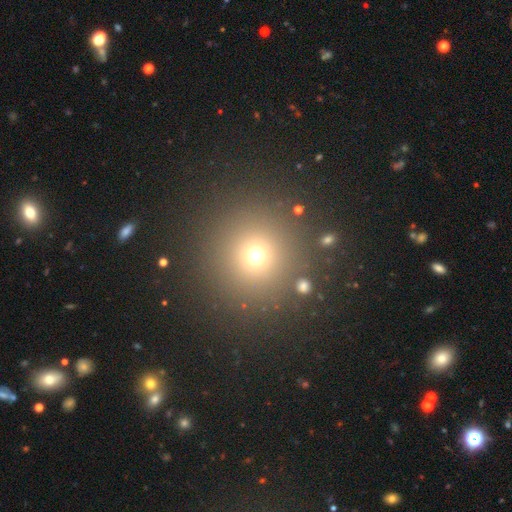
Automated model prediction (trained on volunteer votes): smooth_or_featured: smooth (p=0.66) [alt: star or artifact p=0.25]
how_rounded: round (p=0.95) [alt: in between p=0.04]
merging: none (p=0.87) [alt: minor disturbance p=0.06]